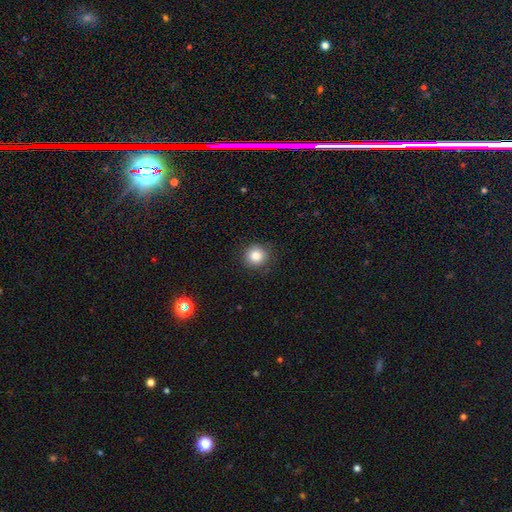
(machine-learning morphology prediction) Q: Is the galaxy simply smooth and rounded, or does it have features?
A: smooth — 85%.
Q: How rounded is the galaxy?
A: round — 91%.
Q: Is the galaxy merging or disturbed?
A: none — 87%.